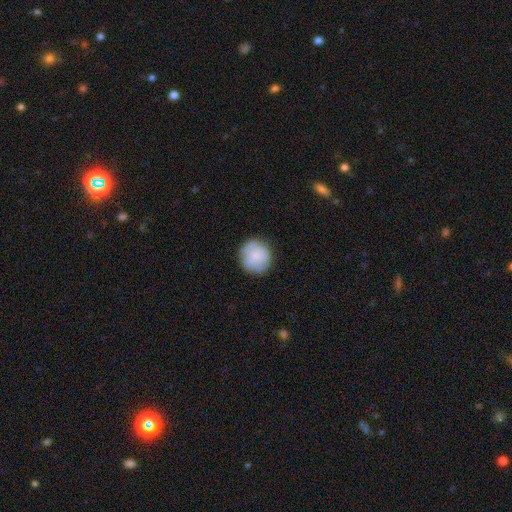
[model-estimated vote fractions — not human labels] Smooth or featured? smooth (66%)
How rounded? round (91%)
Merging? none (79%)